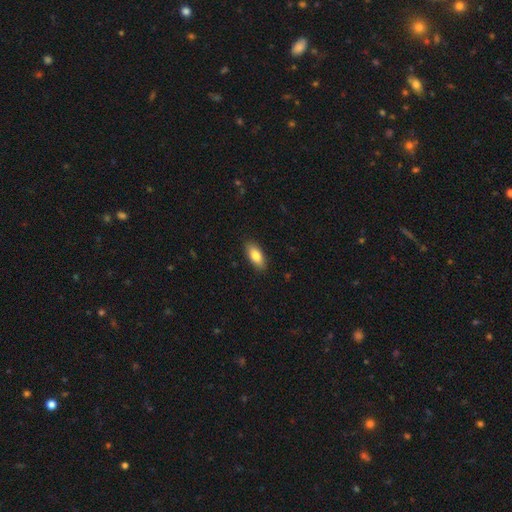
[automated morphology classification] The model was most divided on "smooth or featured": smooth: 83%, featured or disk: 11%, star or artifact: 6%. More confident: merging — none (88%); how rounded — in between (85%).